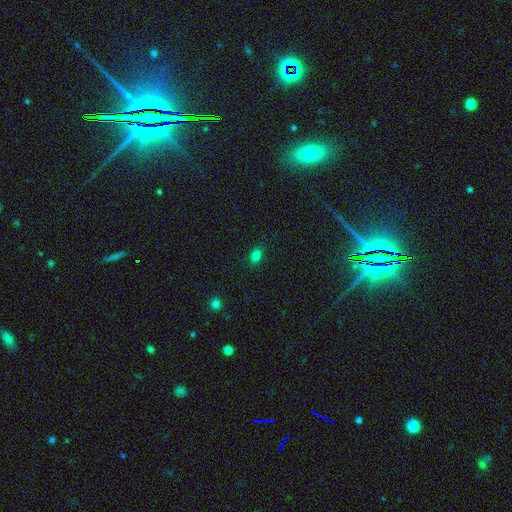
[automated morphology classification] Q: Smooth or featured?
A: smooth (79%); runner-up: star or artifact (15%)
Q: How rounded?
A: in between (68%); runner-up: round (29%)
Q: Merging?
A: none (85%); runner-up: minor disturbance (11%)